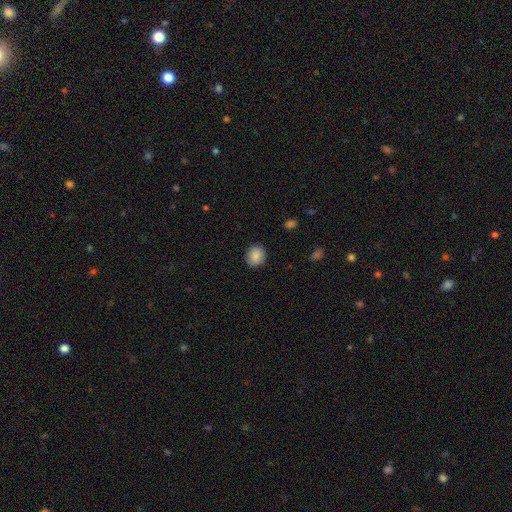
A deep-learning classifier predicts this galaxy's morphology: Q: Smooth or featured?
A: smooth (88%); runner-up: star or artifact (8%)
Q: How rounded?
A: round (77%); runner-up: in between (23%)
Q: Merging?
A: none (90%); runner-up: minor disturbance (7%)